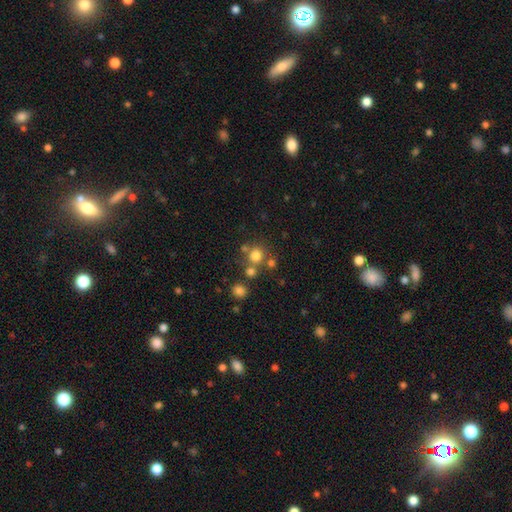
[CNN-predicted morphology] Q: Smooth or featured?
A: smooth (74%); runner-up: star or artifact (16%)
Q: How rounded?
A: round (90%); runner-up: in between (9%)
Q: Merging?
A: none (66%); runner-up: merger (22%)